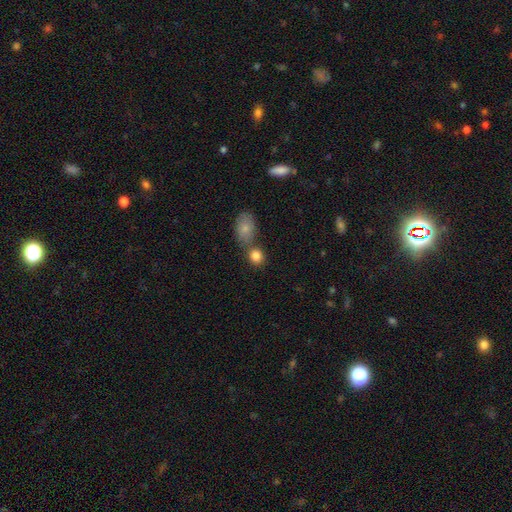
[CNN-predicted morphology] Q: Smooth or featured?
A: smooth (84%); runner-up: star or artifact (9%)
Q: How rounded?
A: round (68%); runner-up: in between (31%)
Q: Merging?
A: none (51%); runner-up: merger (37%)